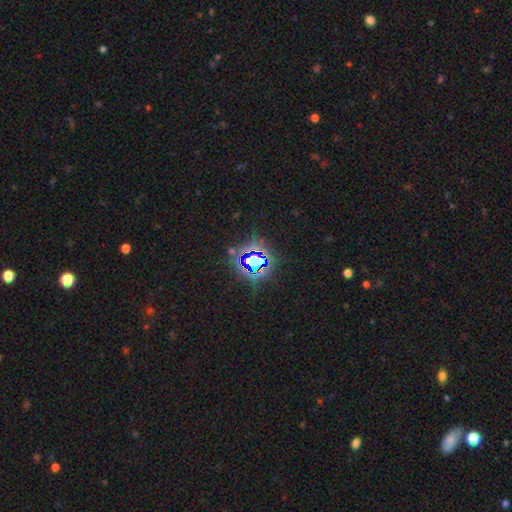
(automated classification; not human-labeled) smooth-or-featured: star or artifact: 79% | smooth: 13% | featured or disk: 8%